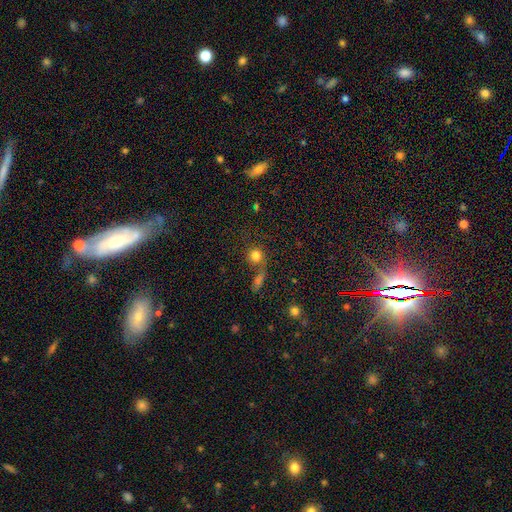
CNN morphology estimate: type=smooth (78%); roundness=round (88%); merging=none (55%).